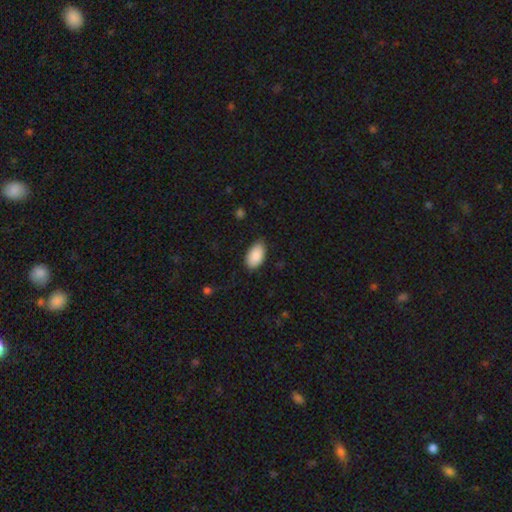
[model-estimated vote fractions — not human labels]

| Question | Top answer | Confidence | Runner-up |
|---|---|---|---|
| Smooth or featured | smooth | 89% | star or artifact (6%) |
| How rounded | in between | 95% | round (3%) |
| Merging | none | 79% | minor disturbance (17%) |